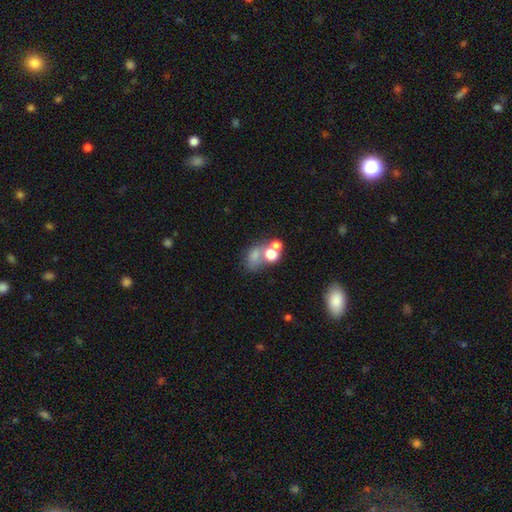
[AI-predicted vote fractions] A smooth galaxy with no disk features (59%) that is in between round and cigar-shaped (57%). Merging: merger (42%).